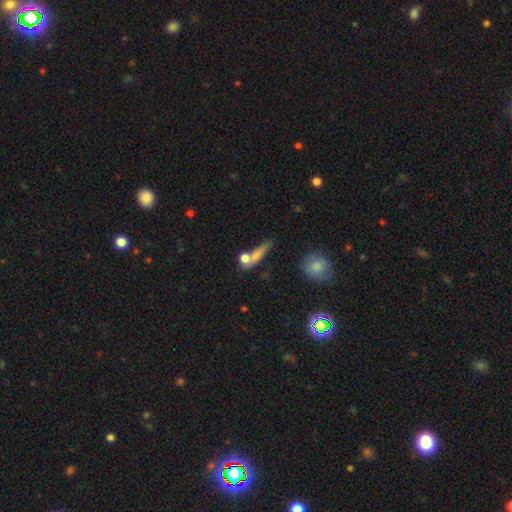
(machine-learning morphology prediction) Smooth or featured? smooth (67%)
How rounded? cigar-shaped (46%)
Merging? none (46%)